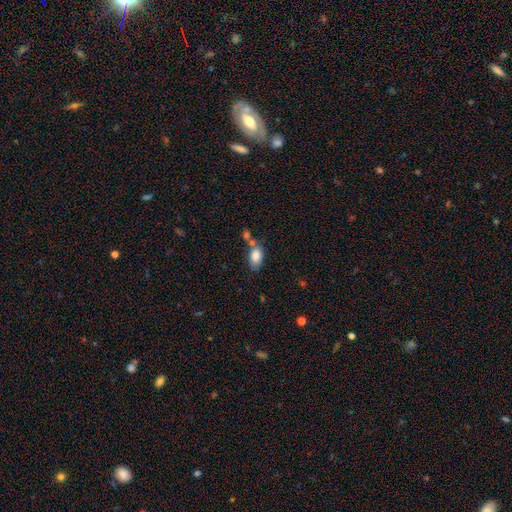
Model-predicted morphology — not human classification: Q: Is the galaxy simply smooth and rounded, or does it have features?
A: smooth — 84%.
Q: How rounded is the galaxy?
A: in between — 92%.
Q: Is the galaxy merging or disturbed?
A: none — 53%.